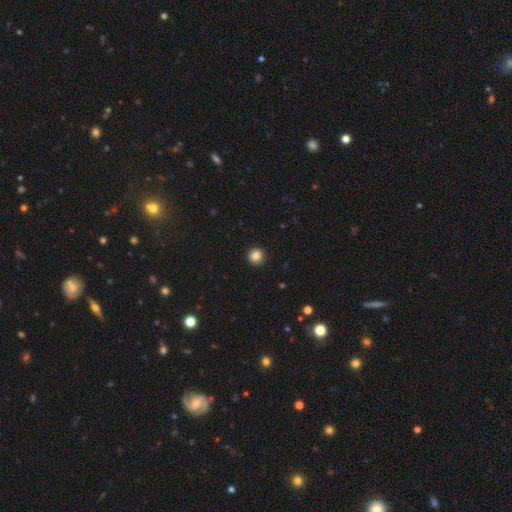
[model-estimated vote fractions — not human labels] Morphology: type=smooth (85%); roundness=round (95%); merging=none (93%).